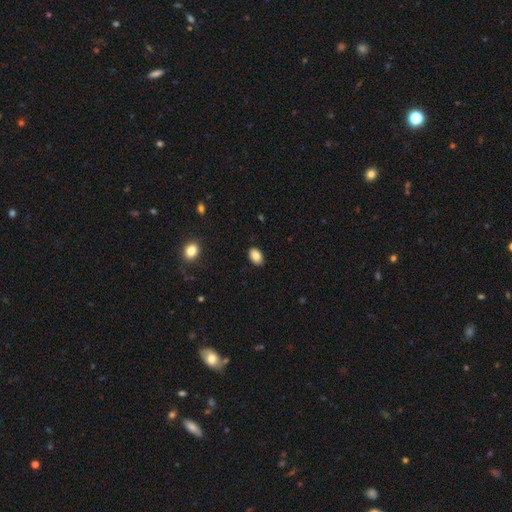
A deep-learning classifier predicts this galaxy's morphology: Q: Smooth or featured?
A: smooth (86%); runner-up: star or artifact (8%)
Q: How rounded?
A: in between (88%); runner-up: round (11%)
Q: Merging?
A: none (88%); runner-up: minor disturbance (9%)